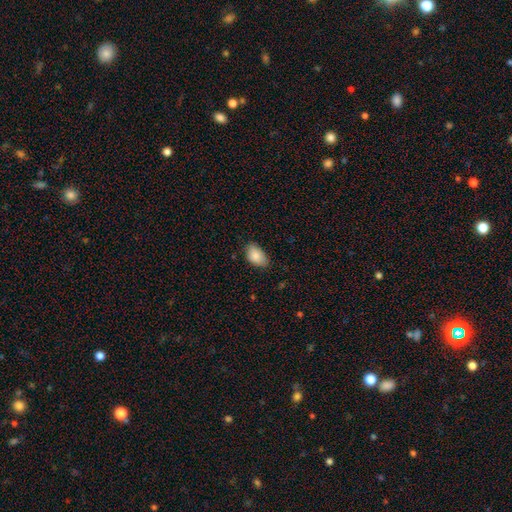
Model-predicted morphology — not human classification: Smooth or featured? Predicted: smooth (p=0.86). How rounded? Predicted: in between (p=0.92). Merging? Predicted: none (p=0.74).